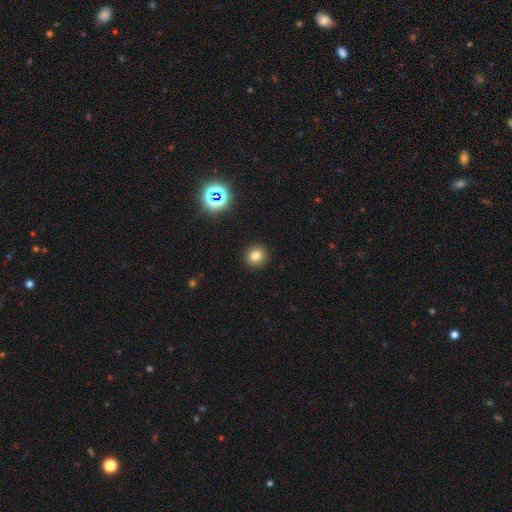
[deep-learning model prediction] A smooth galaxy with no disk features (78%) that is round (89%). Merging: none (92%).